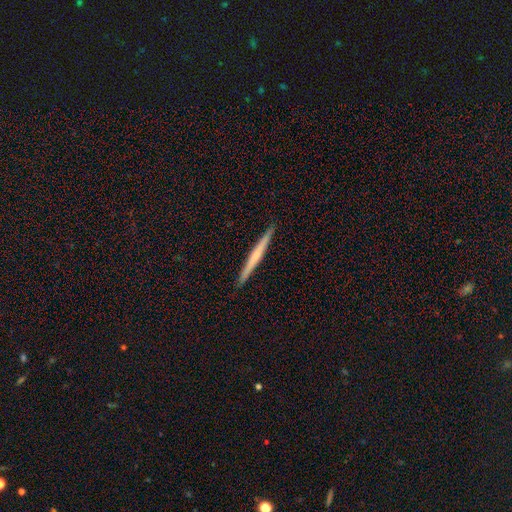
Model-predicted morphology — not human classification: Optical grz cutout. It shows a featured or disk galaxy (49%). Merging: none (93%).